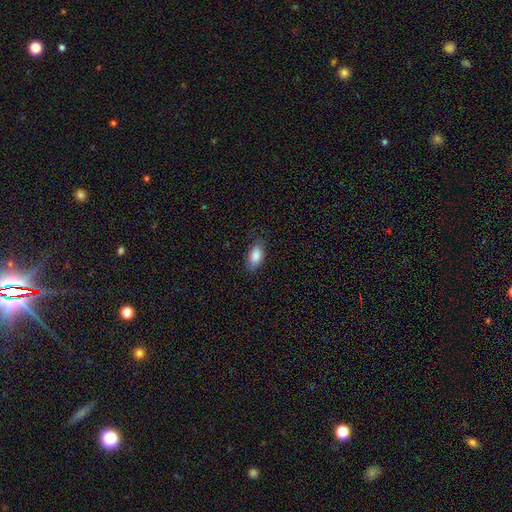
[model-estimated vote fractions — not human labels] Smooth or featured? smooth (86%)
How rounded? in between (90%)
Merging? none (79%)